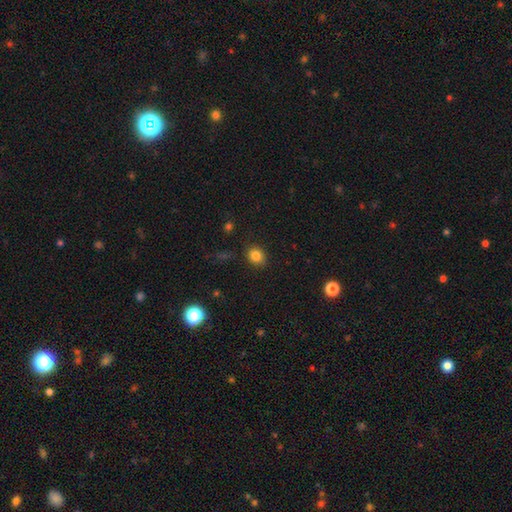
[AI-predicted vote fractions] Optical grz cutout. It shows a smooth galaxy with no disk features (83%) that is round (54%). Merging: none (86%).